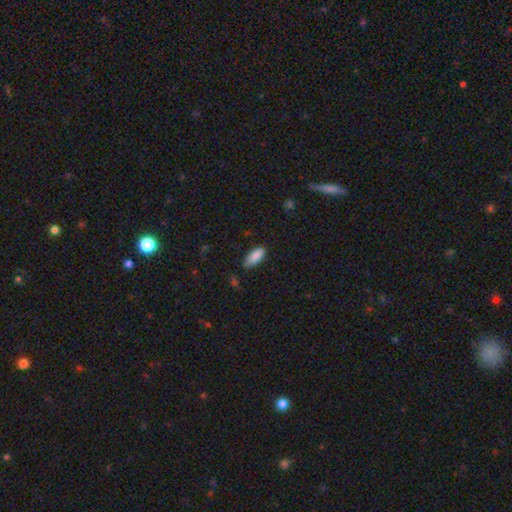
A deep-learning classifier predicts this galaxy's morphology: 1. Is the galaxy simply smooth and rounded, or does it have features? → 88% smooth, 7% star or artifact, 5% featured or disk.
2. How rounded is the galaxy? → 83% in between, 16% cigar-shaped, 2% round.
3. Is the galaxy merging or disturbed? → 73% none, 22% minor disturbance, 3% major disturbance, 2% merger.